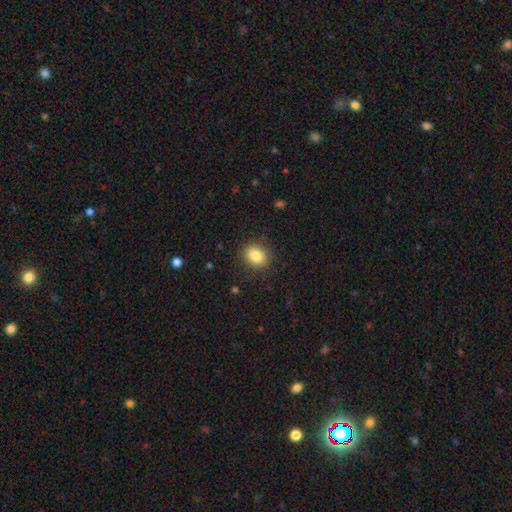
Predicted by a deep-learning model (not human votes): A smooth galaxy with no disk features (84%) that is round (54%). Merging: none (87%).